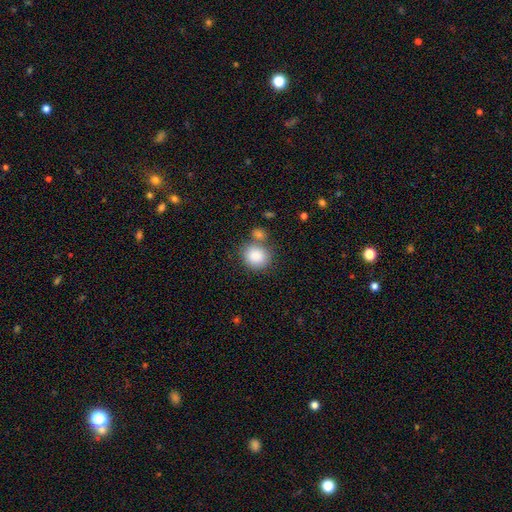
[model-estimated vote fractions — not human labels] Smooth or featured: smooth — 87% (star or artifact — 8%)
How rounded: round — 82% (in between — 17%)
Merging: none — 62% (merger — 20%)